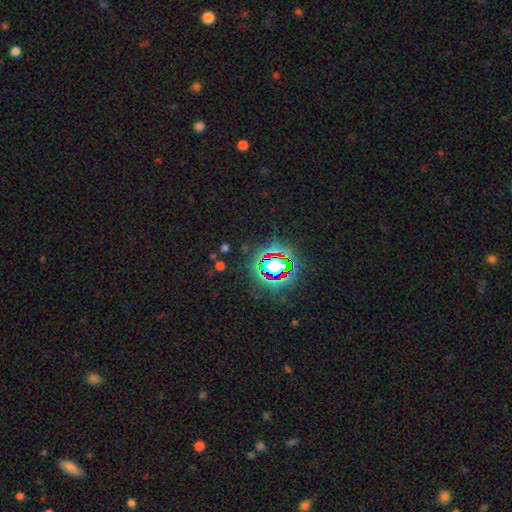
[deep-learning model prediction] A star or artifact, not a galaxy (81%).

Vote fractions:
- Smooth or featured? star or artifact: 81% / smooth: 11% / featured or disk: 8%